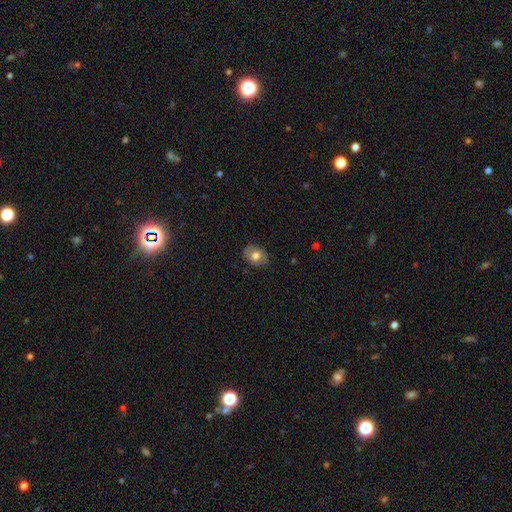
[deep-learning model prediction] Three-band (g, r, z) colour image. It shows a smooth galaxy with no disk features (71%) that is in between round and cigar-shaped (63%). Merging: none (81%).